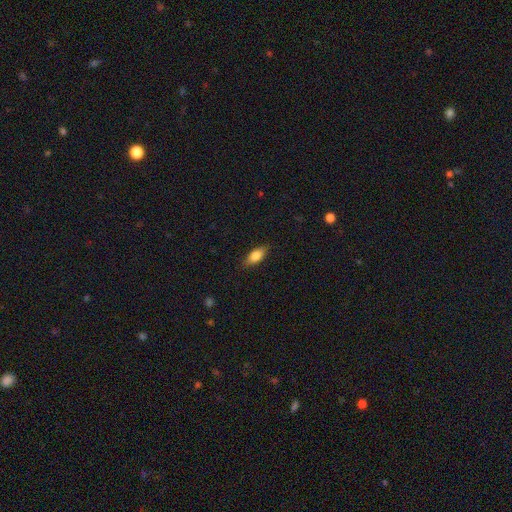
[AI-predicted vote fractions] Overall: smooth (79%). How rounded: in between (80%). Merging: none (84%).